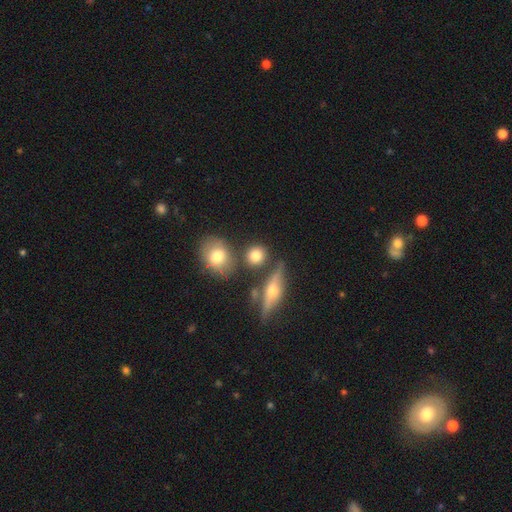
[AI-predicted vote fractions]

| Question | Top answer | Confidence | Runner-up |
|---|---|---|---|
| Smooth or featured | smooth | 75% | featured or disk (14%) |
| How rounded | round | 81% | in between (16%) |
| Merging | none | 74% | merger (11%) |